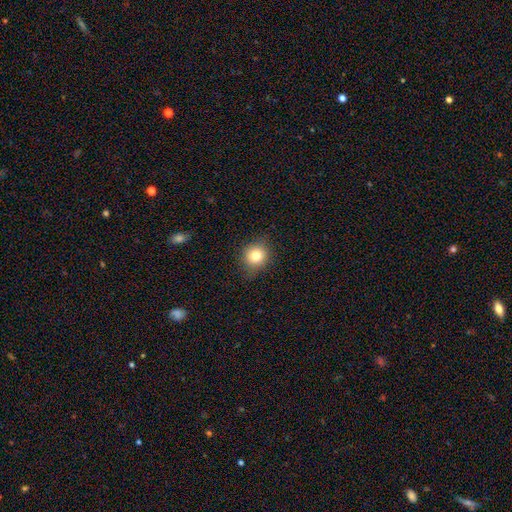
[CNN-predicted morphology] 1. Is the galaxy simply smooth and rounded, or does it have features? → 80% smooth, 11% star or artifact, 8% featured or disk.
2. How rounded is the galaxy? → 81% round, 18% in between, 1% cigar-shaped.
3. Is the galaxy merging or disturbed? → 84% none, 12% minor disturbance, 3% major disturbance, 1% merger.